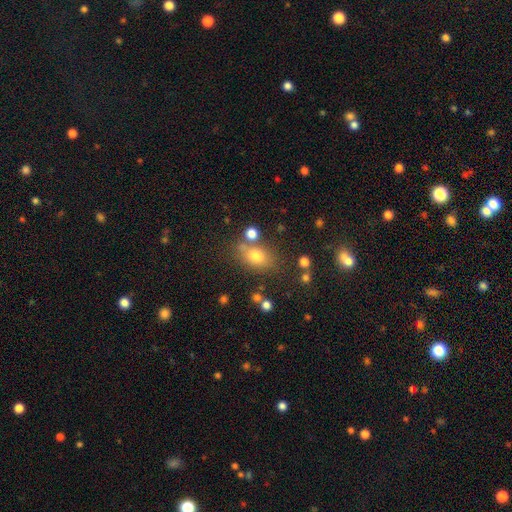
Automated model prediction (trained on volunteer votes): A smooth galaxy with no disk features (72%) that is in between round and cigar-shaped (66%).

Vote fractions:
- Smooth or featured? smooth: 72% / star or artifact: 15% / featured or disk: 13%
- How rounded? in between: 66% / round: 31% / cigar-shaped: 3%
- Merging? none: 68% / minor disturbance: 14% / merger: 12% / major disturbance: 5%